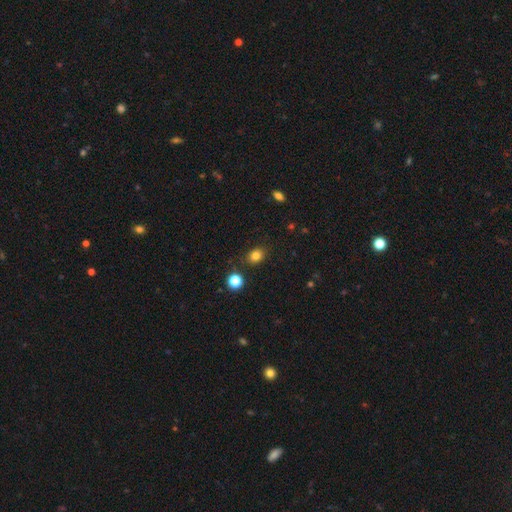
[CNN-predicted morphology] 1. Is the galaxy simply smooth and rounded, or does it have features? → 81% smooth, 13% star or artifact, 6% featured or disk.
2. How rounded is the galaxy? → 50% in between, 49% round, 1% cigar-shaped.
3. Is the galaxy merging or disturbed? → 84% none, 10% minor disturbance, 3% major disturbance, 3% merger.